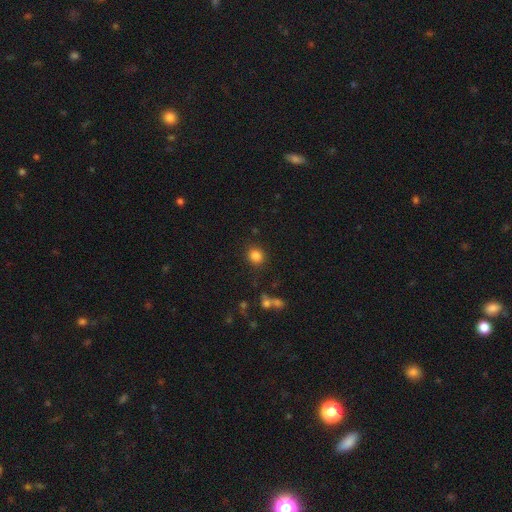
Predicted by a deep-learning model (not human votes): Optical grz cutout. It shows a smooth galaxy with no disk features (84%) that is round (76%). Merging: none (86%).